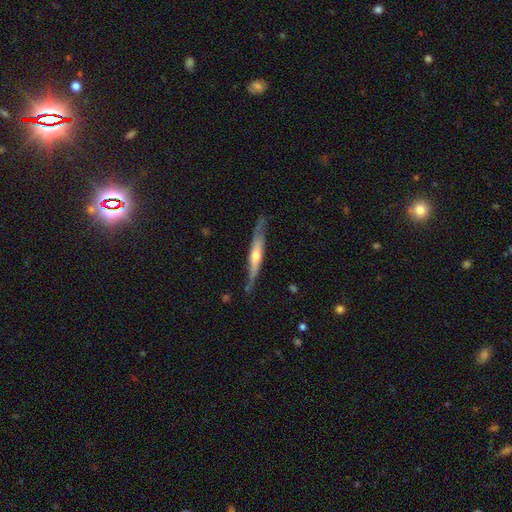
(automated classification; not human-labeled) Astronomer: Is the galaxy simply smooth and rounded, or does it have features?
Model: featured or disk — 63%.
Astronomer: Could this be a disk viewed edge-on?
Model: yes — 89%.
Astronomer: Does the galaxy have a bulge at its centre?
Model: rounded — 80%.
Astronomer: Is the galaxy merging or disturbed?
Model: none — 73%.